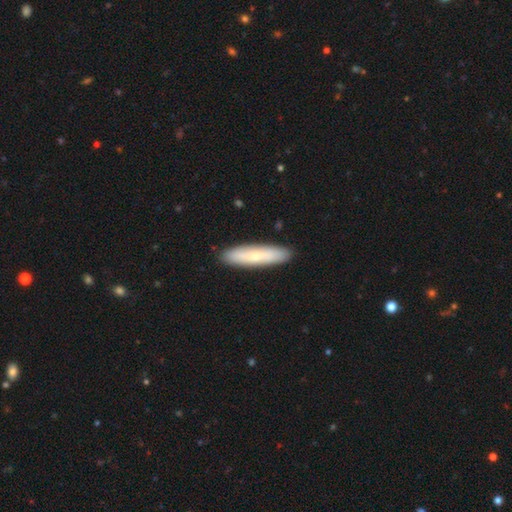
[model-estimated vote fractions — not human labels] smooth-or-featured: smooth: 71% | featured or disk: 23% | star or artifact: 5%
  how-rounded: cigar-shaped: 81% | in between: 17% | round: 1%
  merging: none: 90% | minor disturbance: 7% | major disturbance: 1% | merger: 1%